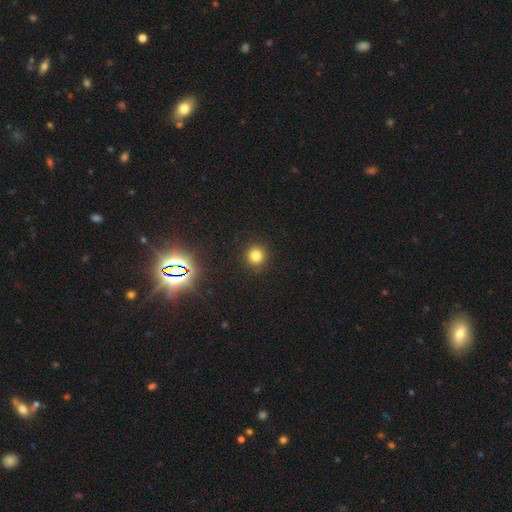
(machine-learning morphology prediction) smooth_or_featured: smooth (p=0.78) [alt: star or artifact p=0.16]
how_rounded: round (p=0.93) [alt: in between p=0.06]
merging: none (p=0.91) [alt: minor disturbance p=0.06]